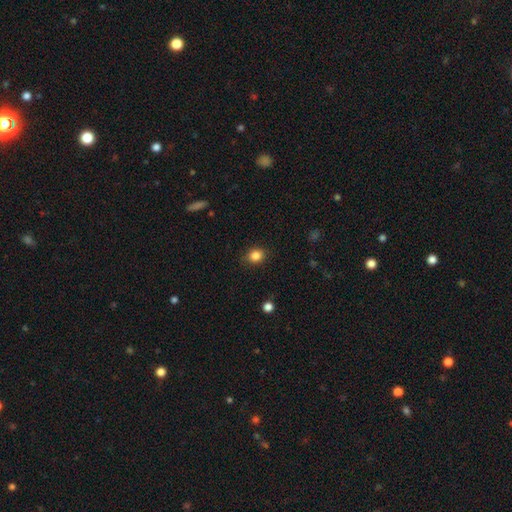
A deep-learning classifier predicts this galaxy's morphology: Smooth or featured?
  - smooth: 85% *
  - star or artifact: 11%
  - featured or disk: 4%
How rounded?
  - round: 67% *
  - in between: 32%
  - cigar-shaped: 1%
Merging?
  - none: 87% *
  - minor disturbance: 10%
  - major disturbance: 3%
  - merger: 1%